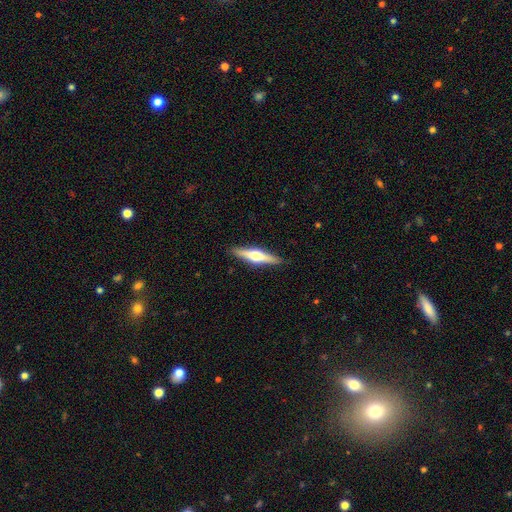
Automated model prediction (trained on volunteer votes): Smooth or featured? Predicted: featured or disk (p=0.64). Edge-on disk? Predicted: yes (p=0.97). Edge-on bulge? Predicted: rounded (p=0.94). Merging? Predicted: none (p=0.90).